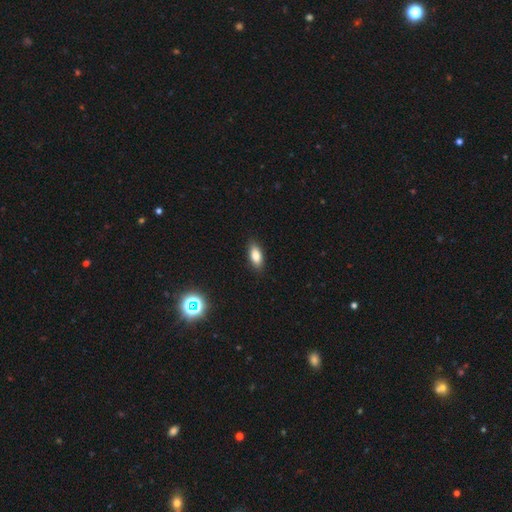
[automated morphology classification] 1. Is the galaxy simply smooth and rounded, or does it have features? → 82% smooth, 9% featured or disk, 9% star or artifact.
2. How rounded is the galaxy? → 86% in between, 10% cigar-shaped, 4% round.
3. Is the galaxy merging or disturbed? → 88% none, 9% minor disturbance, 2% major disturbance, 1% merger.